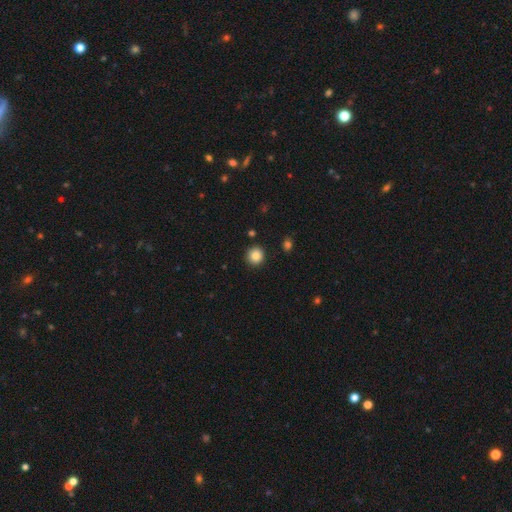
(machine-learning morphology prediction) Smooth or featured: smooth — 86% (star or artifact — 10%)
How rounded: round — 93% (in between — 6%)
Merging: none — 91% (minor disturbance — 5%)